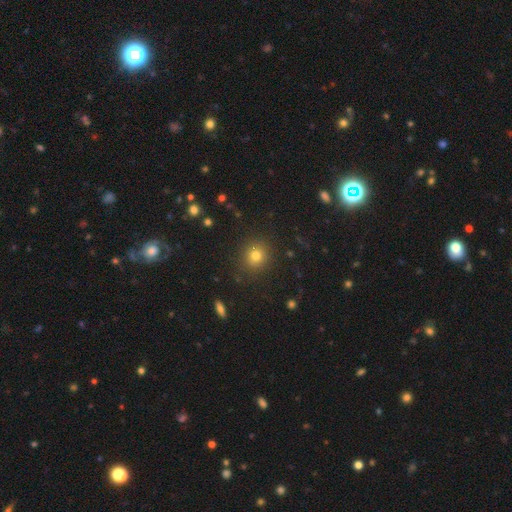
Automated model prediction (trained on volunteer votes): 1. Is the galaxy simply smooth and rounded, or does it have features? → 77% smooth, 16% star or artifact, 7% featured or disk.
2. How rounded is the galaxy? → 87% round, 12% in between, 1% cigar-shaped.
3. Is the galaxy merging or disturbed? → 90% none, 7% minor disturbance, 2% major disturbance, 1% merger.